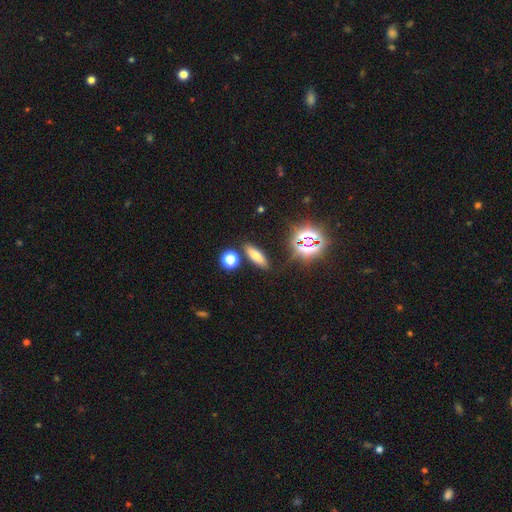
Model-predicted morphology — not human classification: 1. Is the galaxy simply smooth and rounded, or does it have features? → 65% smooth, 21% star or artifact, 14% featured or disk.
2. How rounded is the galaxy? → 51% in between, 41% cigar-shaped, 8% round.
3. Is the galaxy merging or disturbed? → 83% none, 9% minor disturbance, 5% merger, 3% major disturbance.